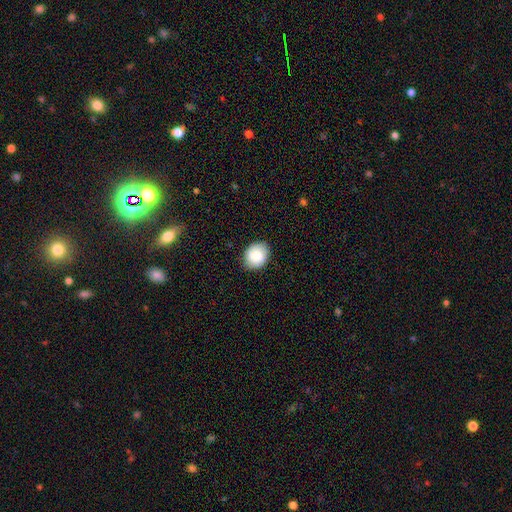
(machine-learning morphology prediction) A smooth galaxy with no disk features (85%) that is round (55%). Merging: none (86%).